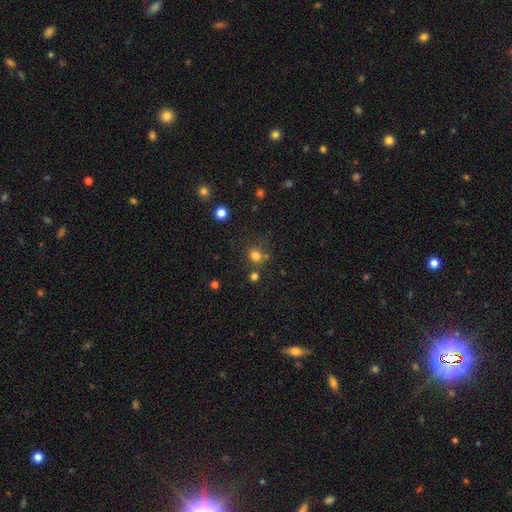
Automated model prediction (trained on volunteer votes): This is likely a smooth galaxy (76%). How rounded: likely round (80%). Merging: likely none (67%).